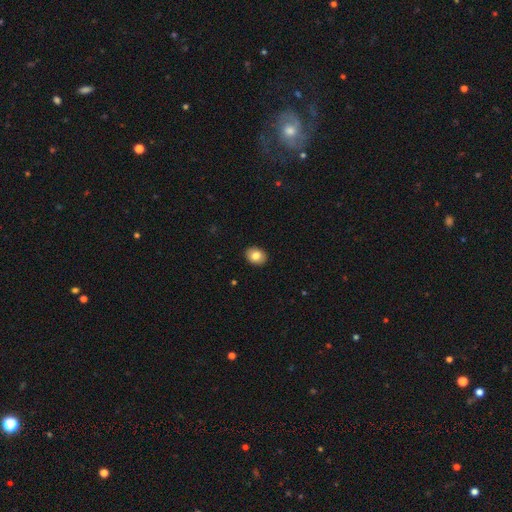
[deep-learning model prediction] Overall: smooth (82%). How rounded: in between (60%; round 39%). Merging: none (91%).